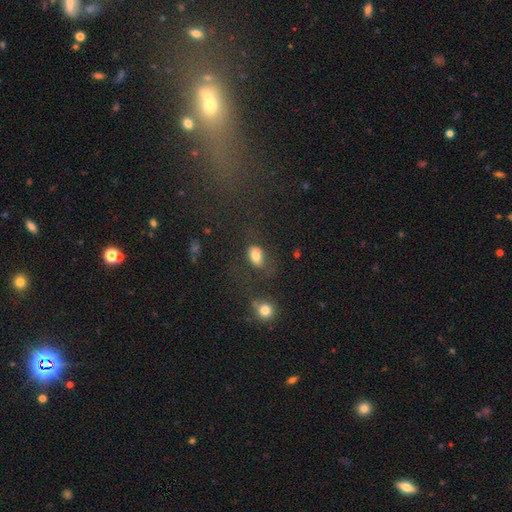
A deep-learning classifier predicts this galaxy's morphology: Overall: smooth (76%). How rounded: in between (84%). Merging: none (55%; minor disturbance 21%).